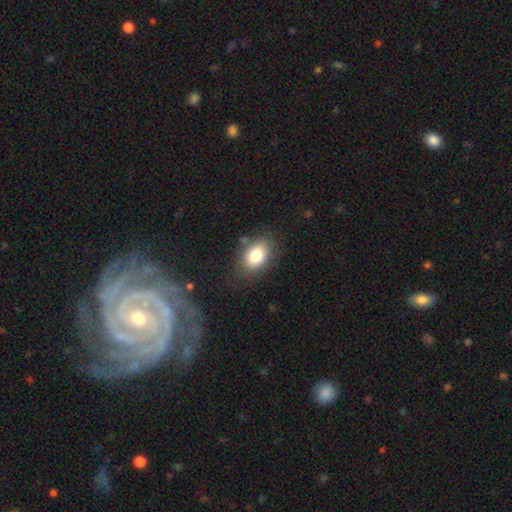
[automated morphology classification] This is clearly a smooth galaxy (81%). How rounded: clearly in between (83%). Merging: likely none (79%).